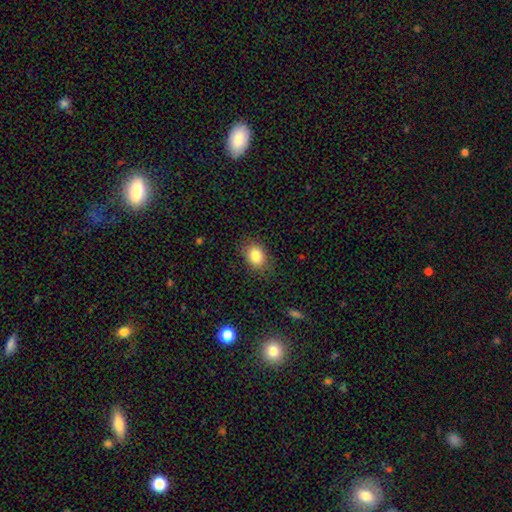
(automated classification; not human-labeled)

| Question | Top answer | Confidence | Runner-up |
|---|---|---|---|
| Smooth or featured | smooth | 83% | star or artifact (9%) |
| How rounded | in between | 63% | round (36%) |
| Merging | none | 81% | minor disturbance (14%) |